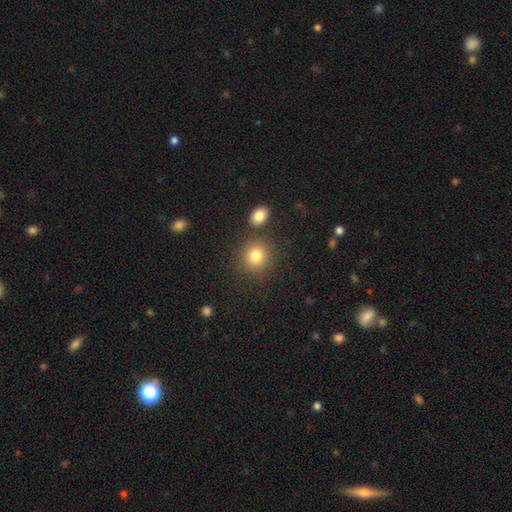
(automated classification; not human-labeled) A smooth galaxy with no disk features (82%) that is round (86%).

Vote fractions:
- Smooth or featured? smooth: 82% / star or artifact: 11% / featured or disk: 7%
- How rounded? round: 86% / in between: 13% / cigar-shaped: 1%
- Merging? none: 80% / merger: 8% / minor disturbance: 8% / major disturbance: 4%